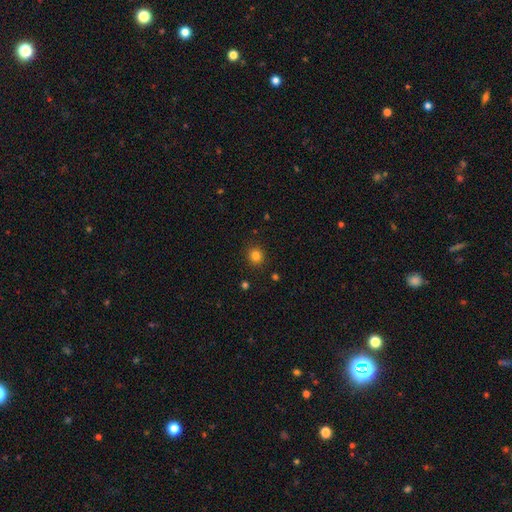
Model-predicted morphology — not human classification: Smooth or featured: smooth — 83% (star or artifact — 13%)
How rounded: round — 88% (in between — 11%)
Merging: none — 90% (minor disturbance — 7%)